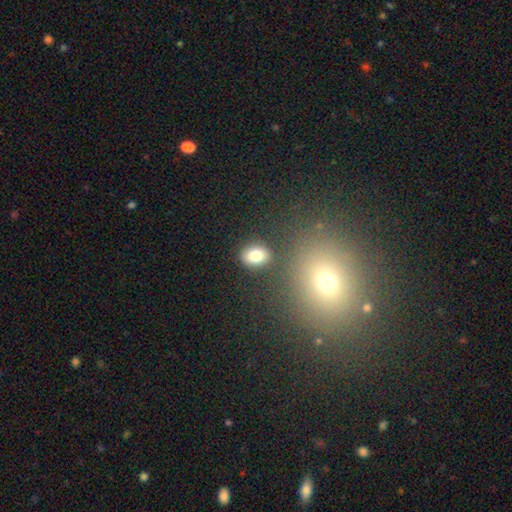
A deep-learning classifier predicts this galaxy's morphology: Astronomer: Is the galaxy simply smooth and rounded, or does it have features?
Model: smooth — 81%.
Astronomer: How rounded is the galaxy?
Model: in between — 60% (runner-up: round, 39%).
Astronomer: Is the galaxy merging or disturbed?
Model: none — 82%.